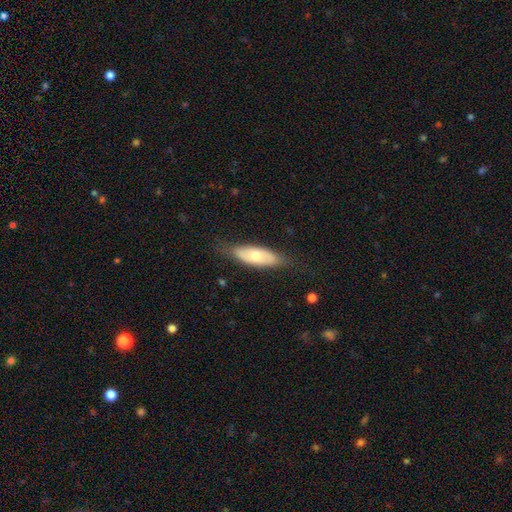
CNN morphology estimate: Smooth or featured? smooth (53%)
How rounded? in between (62%)
Merging? none (75%)